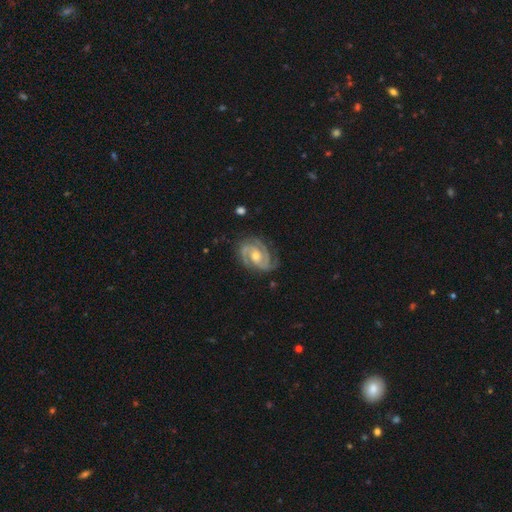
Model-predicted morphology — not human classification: Smooth or featured?
  - featured or disk: 93% *
  - star or artifact: 4%
  - smooth: 3%
Edge-on disk?
  - no: 98% *
  - yes: 2%
Bar?
  - no: 53% *
  - weak: 36%
  - strong: 12%
Spiral arms?
  - yes: 99% *
  - no: 1%
Spiral winding?
  - tight: 59% *
  - medium: 36%
  - loose: 5%
Spiral arm count?
  - 2: 61% *
  - 3: 27%
  - can't tell: 4%
  - 4: 3%
  - 1: 2%
  - more than 4: 2%
Bulge size?
  - moderate: 62% *
  - small: 32%
  - large: 3%
  - none: 2%
  - dominant: 1%
Merging?
  - none: 77% *
  - minor disturbance: 17%
  - major disturbance: 5%
  - merger: 1%